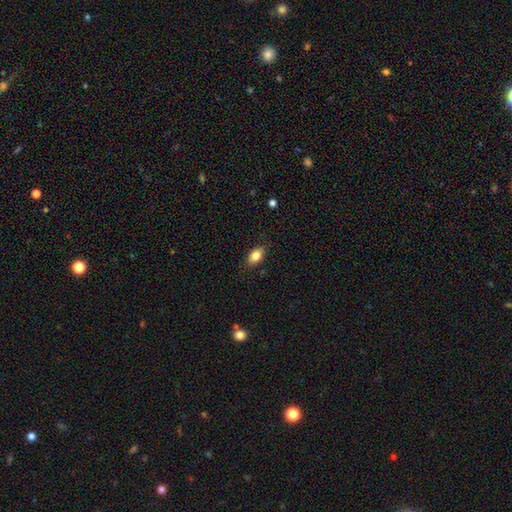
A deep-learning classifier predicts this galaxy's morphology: Smooth or featured: smooth — 83% (featured or disk — 10%)
How rounded: in between — 87% (round — 7%)
Merging: none — 85% (minor disturbance — 12%)